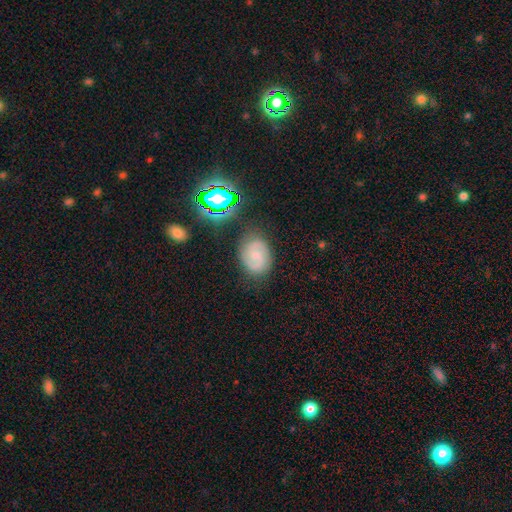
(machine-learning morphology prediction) Smooth or featured: featured or disk — 70% (smooth — 20%)
Edge-on disk: no — 97% (yes — 3%)
Bar: no — 51% (weak — 41%)
Spiral arms: yes — 94% (no — 6%)
Spiral winding: medium — 47% (tight — 41%)
Spiral arm count: 2 — 87% (can't tell — 7%)
Bulge size: small — 55% (moderate — 28%)
Merging: none — 79% (minor disturbance — 14%)